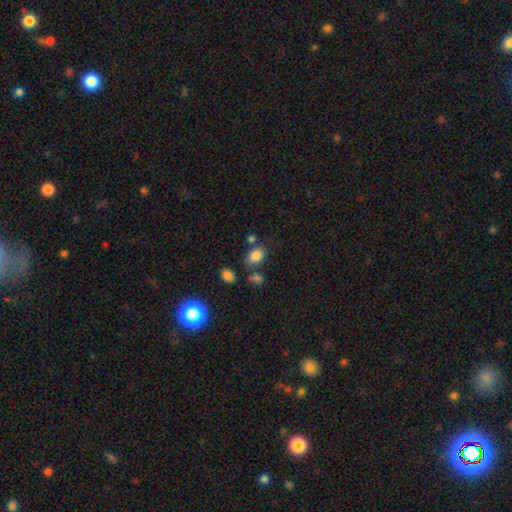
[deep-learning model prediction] A smooth galaxy with no disk features (83%) that is in between round and cigar-shaped (82%).

Vote fractions:
- Smooth or featured? smooth: 83% / star or artifact: 11% / featured or disk: 7%
- How rounded? in between: 82% / round: 17% / cigar-shaped: 1%
- Merging? none: 68% / minor disturbance: 15% / merger: 12% / major disturbance: 5%